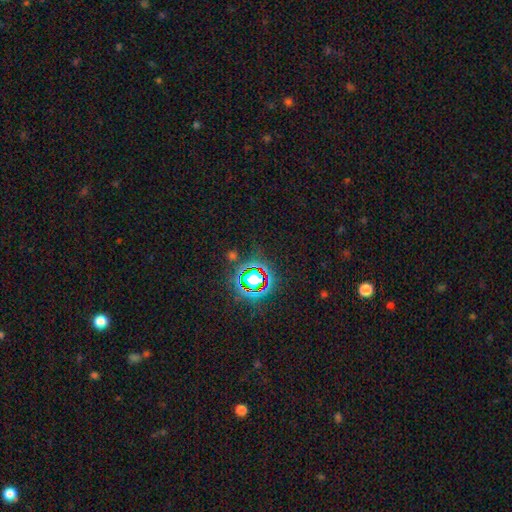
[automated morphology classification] Smooth or featured: star or artifact — 78% (smooth — 14%)